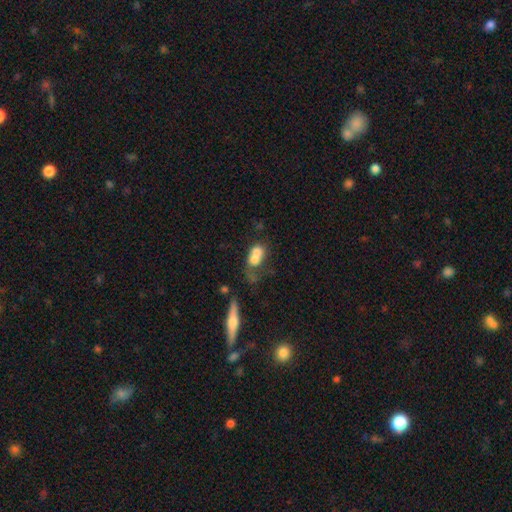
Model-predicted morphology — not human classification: Smooth or featured? Predicted: smooth (p=0.65). How rounded? Predicted: in between (p=0.64). Merging? Predicted: merger (p=0.63).